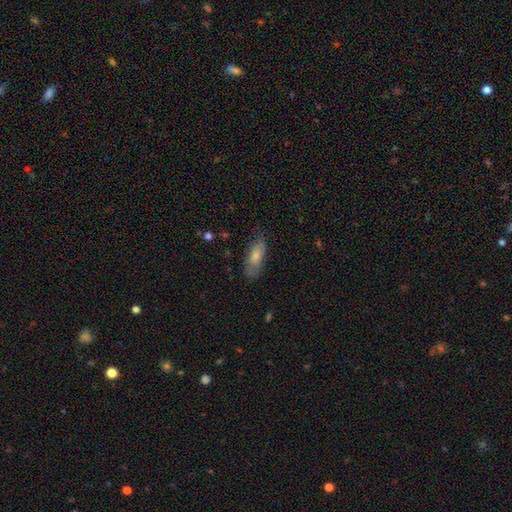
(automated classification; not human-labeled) smooth 72%, featured or disk 21%, star or artifact 7%. Down the decision tree: how rounded — in between (75%); merging — none (68%).